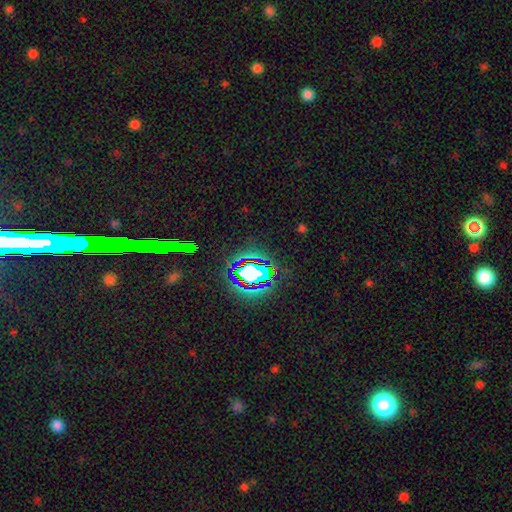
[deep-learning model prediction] Morphology: type=star or artifact (80%).